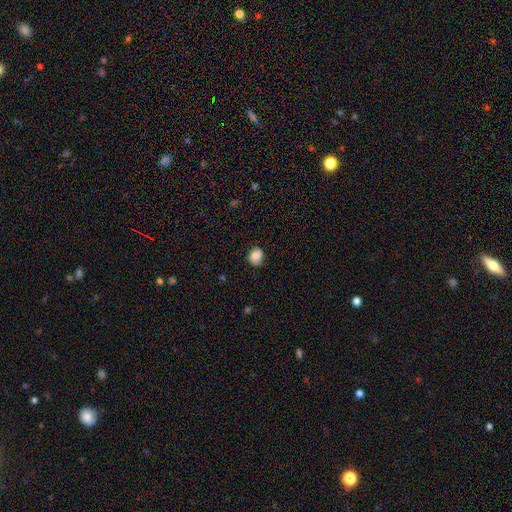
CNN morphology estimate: smooth 81%, featured or disk 10%, star or artifact 9%. Down the decision tree: how rounded — round (58%); merging — none (82%).